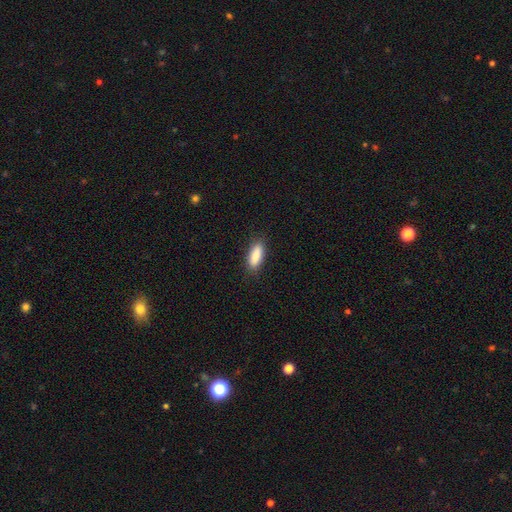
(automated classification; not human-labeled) smooth_or_featured: smooth (p=0.87) [alt: featured or disk p=0.06]
how_rounded: in between (p=0.66) [alt: cigar-shaped p=0.32]
merging: none (p=0.87) [alt: minor disturbance p=0.10]